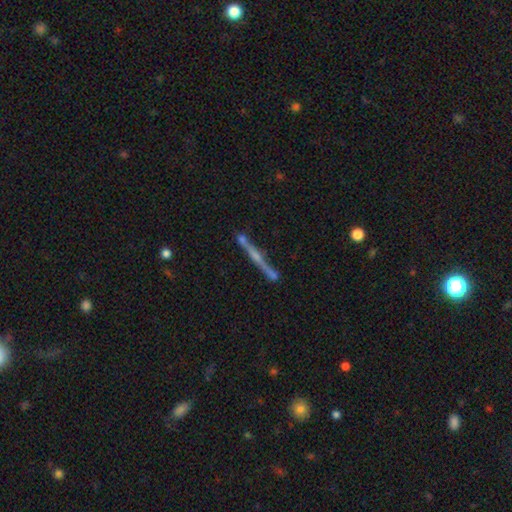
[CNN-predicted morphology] Smooth or featured: featured or disk — 75% (smooth — 18%)
Edge-on disk: yes — 97% (no — 3%)
Edge-on bulge: rounded — 67% (none — 24%)
Merging: none — 77% (minor disturbance — 12%)